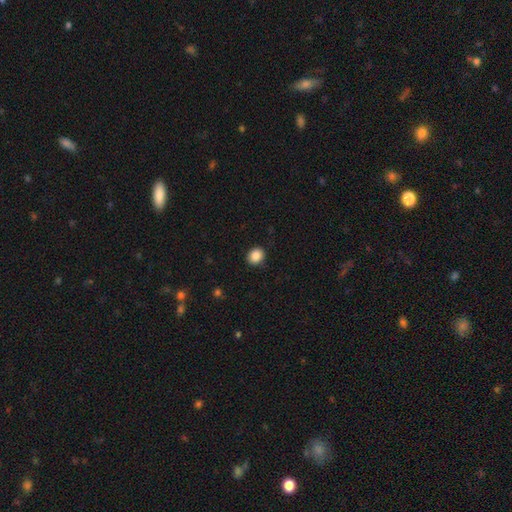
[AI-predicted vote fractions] Smooth or featured? smooth (87%)
How rounded? round (67%)
Merging? none (89%)